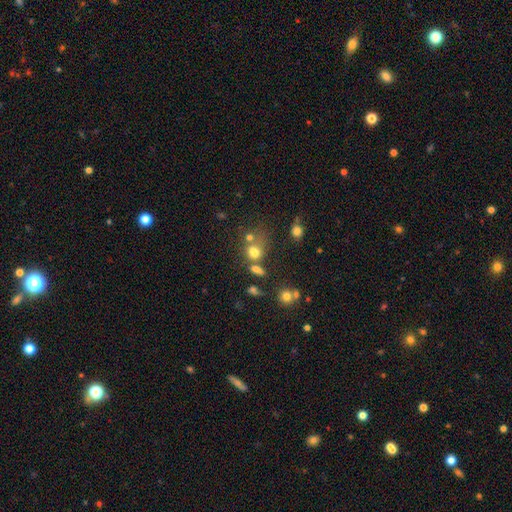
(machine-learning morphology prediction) This is possibly a smooth galaxy (55%). How rounded: likely round (74%). Merging: possibly none (50%).